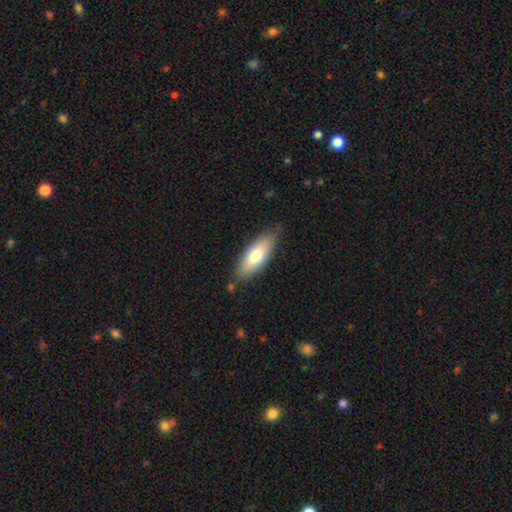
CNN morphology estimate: Smooth or featured?
  - smooth: 71% *
  - featured or disk: 23%
  - star or artifact: 6%
How rounded?
  - in between: 71% *
  - cigar-shaped: 27%
  - round: 2%
Merging?
  - none: 82% *
  - minor disturbance: 14%
  - major disturbance: 3%
  - merger: 2%